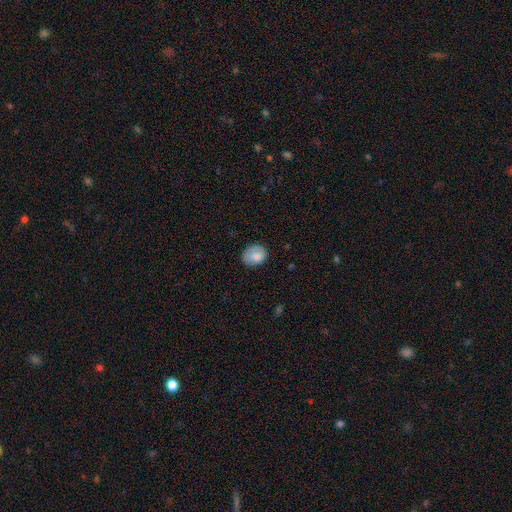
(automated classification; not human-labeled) A smooth galaxy with no disk features (81%) that is in between round and cigar-shaped (54%).

Vote fractions:
- Smooth or featured? smooth: 81% / featured or disk: 11% / star or artifact: 8%
- How rounded? in between: 54% / round: 45% / cigar-shaped: 1%
- Merging? none: 68% / minor disturbance: 23% / major disturbance: 7% / merger: 1%